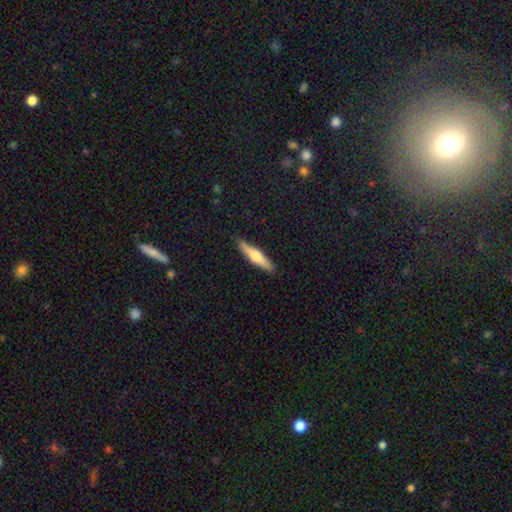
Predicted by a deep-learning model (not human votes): Morphology: type=smooth (55%); roundness=cigar-shaped (84%); merging=none (90%).